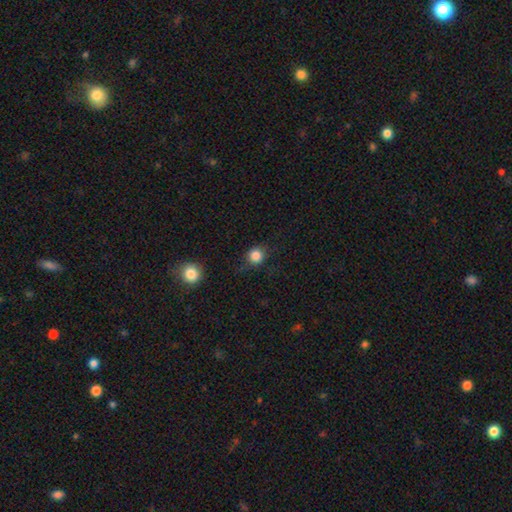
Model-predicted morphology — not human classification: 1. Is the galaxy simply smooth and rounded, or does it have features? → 84% smooth, 11% star or artifact, 5% featured or disk.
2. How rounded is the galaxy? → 89% round, 10% in between, 1% cigar-shaped.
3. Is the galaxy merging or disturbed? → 78% none, 15% minor disturbance, 5% major disturbance, 2% merger.